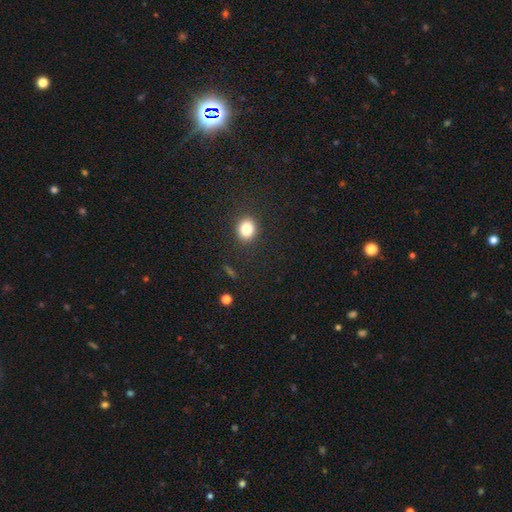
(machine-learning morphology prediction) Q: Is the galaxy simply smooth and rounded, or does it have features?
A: star or artifact — 51%.